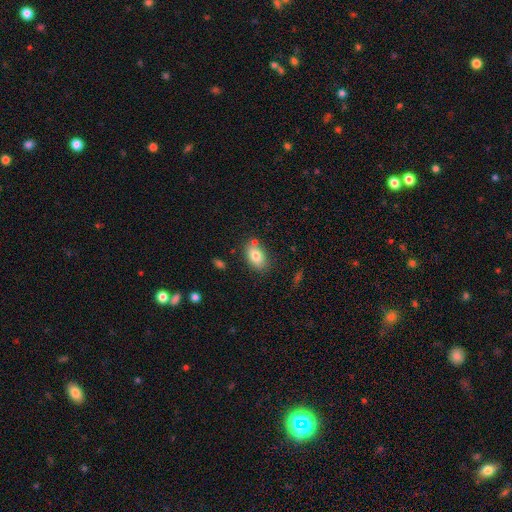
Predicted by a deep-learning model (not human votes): Smooth or featured? smooth (80%)
How rounded? in between (88%)
Merging? none (73%)